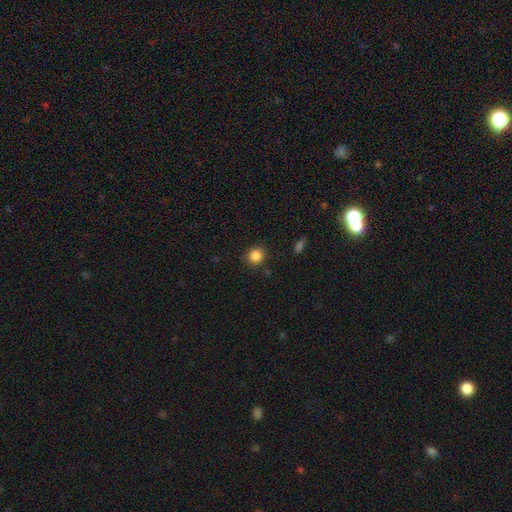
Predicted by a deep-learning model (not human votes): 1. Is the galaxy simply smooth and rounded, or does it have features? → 86% smooth, 11% star or artifact, 4% featured or disk.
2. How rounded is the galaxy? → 87% round, 12% in between, 1% cigar-shaped.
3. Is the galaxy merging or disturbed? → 87% none, 8% minor disturbance, 3% major disturbance, 2% merger.